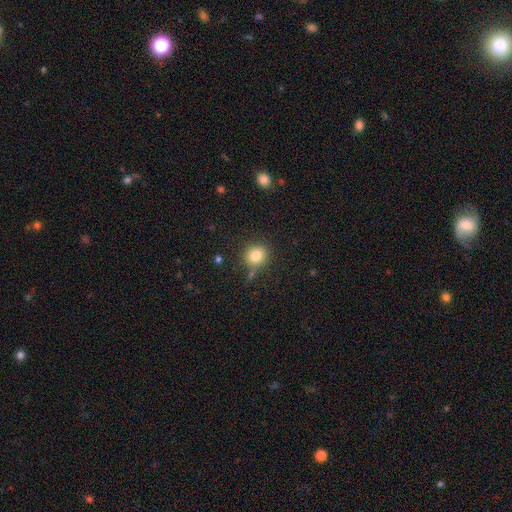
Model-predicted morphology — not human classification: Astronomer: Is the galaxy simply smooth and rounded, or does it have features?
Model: smooth — 83%.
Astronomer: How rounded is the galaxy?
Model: round — 82%.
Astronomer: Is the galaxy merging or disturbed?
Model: none — 77%.